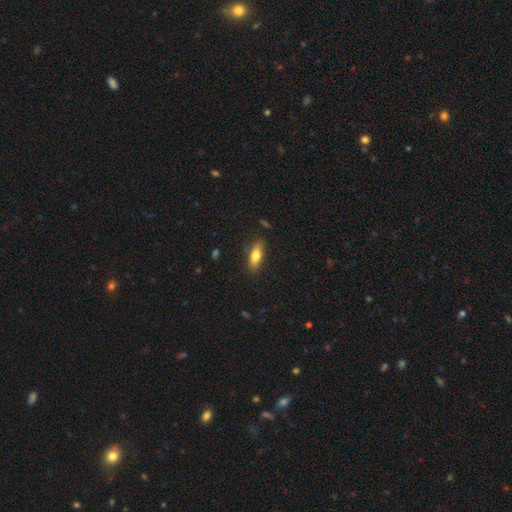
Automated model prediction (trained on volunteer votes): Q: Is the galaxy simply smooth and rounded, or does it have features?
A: smooth — 71%.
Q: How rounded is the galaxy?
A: in between — 64%.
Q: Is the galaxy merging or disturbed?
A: none — 85%.